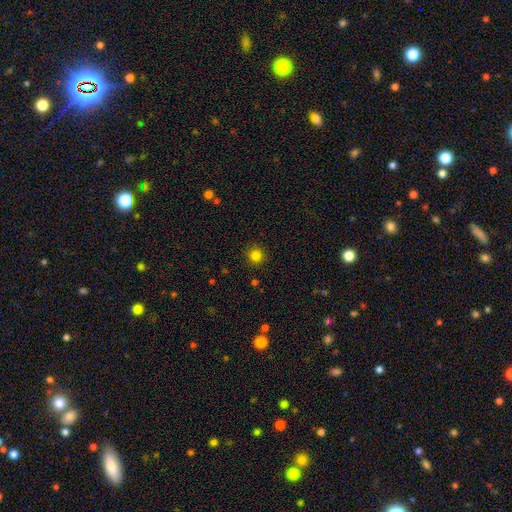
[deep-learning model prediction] Smooth or featured? Predicted: smooth (p=0.83). How rounded? Predicted: round (p=0.94). Merging? Predicted: none (p=0.91).